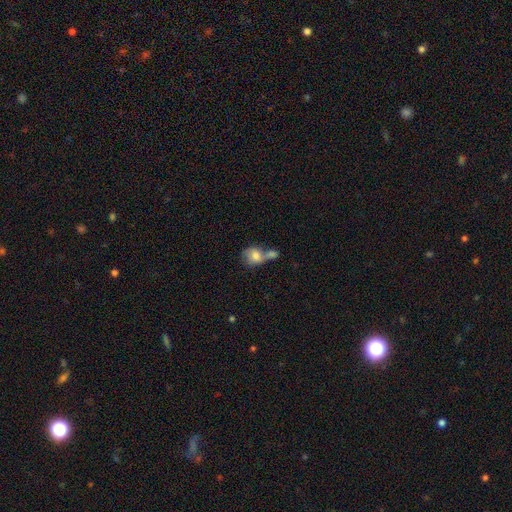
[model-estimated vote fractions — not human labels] smooth 72%, featured or disk 21%, star or artifact 8%. Down the decision tree: how rounded — round (59%); merging — merger (61%).